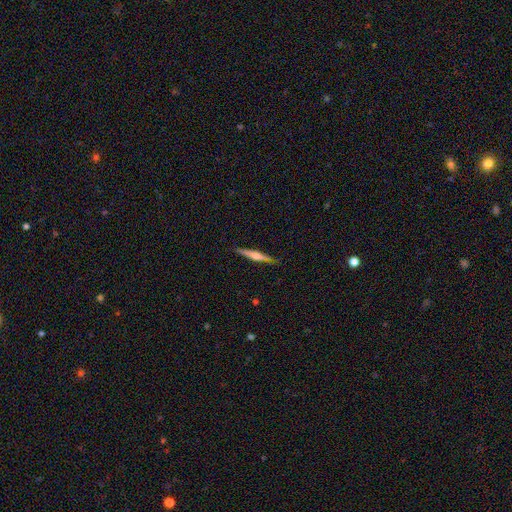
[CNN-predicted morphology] Smooth or featured? featured or disk (68%)
Edge-on disk? yes (98%)
Edge-on bulge? rounded (80%)
Merging? none (89%)